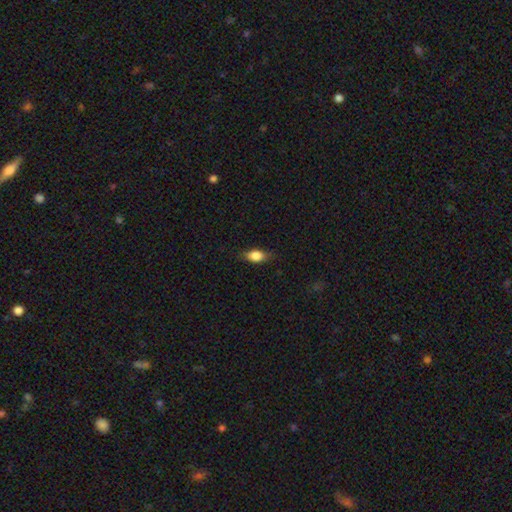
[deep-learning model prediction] smooth-or-featured: smooth: 81% | featured or disk: 11% | star or artifact: 8%
  how-rounded: in between: 81% | cigar-shaped: 10% | round: 9%
  merging: none: 79% | minor disturbance: 16% | major disturbance: 4% | merger: 1%